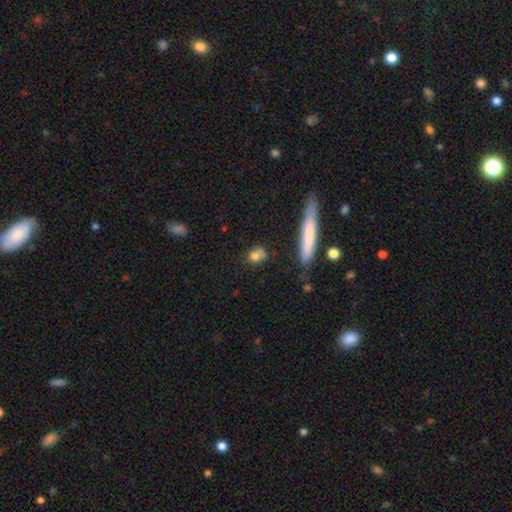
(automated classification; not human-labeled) Overall: smooth (78%). How rounded: in between (51%; round 39%). Merging: none (61%; minor disturbance 23%).